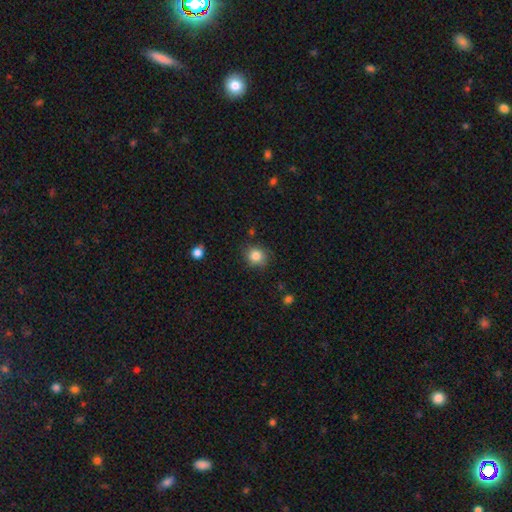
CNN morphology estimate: A smooth galaxy with no disk features (84%) that is round (82%).

Vote fractions:
- Smooth or featured? smooth: 84% / star or artifact: 11% / featured or disk: 6%
- How rounded? round: 82% / in between: 17% / cigar-shaped: 1%
- Merging? none: 82% / minor disturbance: 13% / major disturbance: 3% / merger: 2%